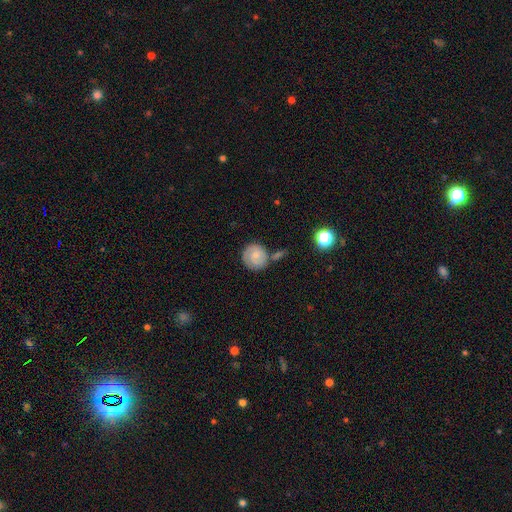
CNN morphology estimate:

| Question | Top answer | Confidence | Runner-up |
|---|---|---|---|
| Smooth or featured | featured or disk | 53% | smooth (40%) |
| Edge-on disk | no | 98% | yes (2%) |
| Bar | no | 67% | weak (29%) |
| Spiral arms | yes | 87% | no (13%) |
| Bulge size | small | 54% | moderate (34%) |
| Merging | none | 65% | minor disturbance (17%) |